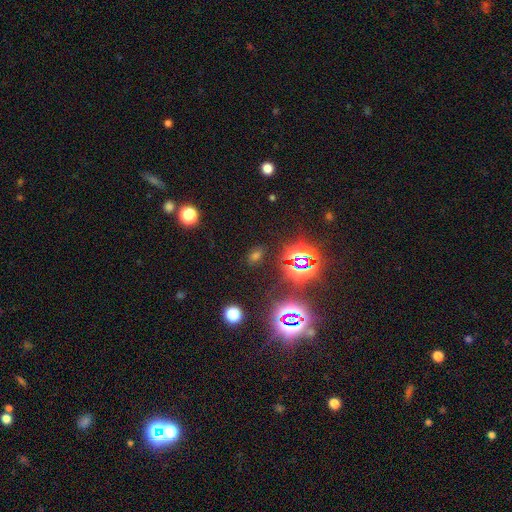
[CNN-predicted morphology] type=star or artifact (52%).